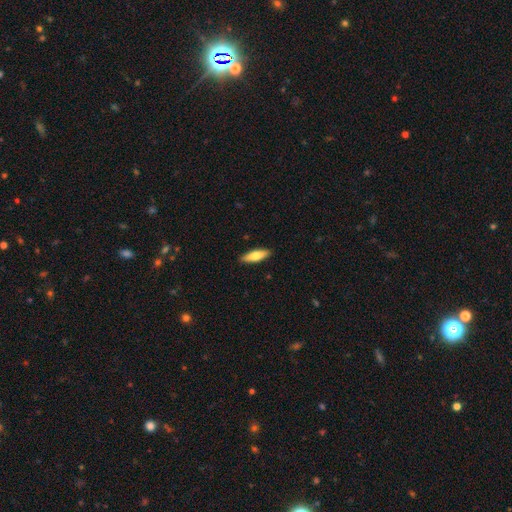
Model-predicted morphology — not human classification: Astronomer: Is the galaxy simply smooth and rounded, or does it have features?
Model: smooth — 73%.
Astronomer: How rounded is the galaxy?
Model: cigar-shaped — 51% (runner-up: in between, 48%).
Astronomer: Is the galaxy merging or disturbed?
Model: none — 90%.